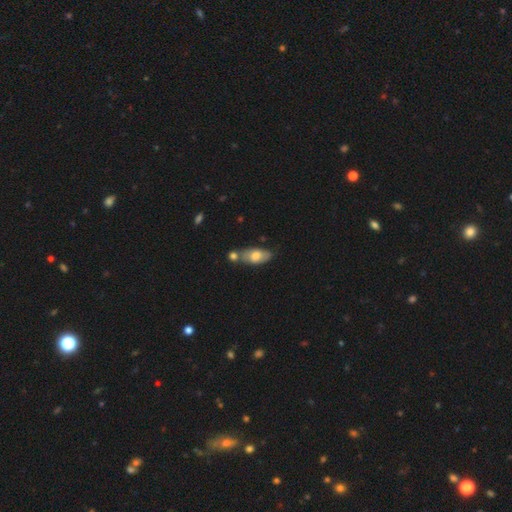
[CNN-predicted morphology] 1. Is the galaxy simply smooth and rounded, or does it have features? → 67% smooth, 27% featured or disk, 7% star or artifact.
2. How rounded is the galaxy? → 88% in between, 9% cigar-shaped, 4% round.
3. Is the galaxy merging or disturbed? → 50% none, 30% merger, 16% minor disturbance, 5% major disturbance.